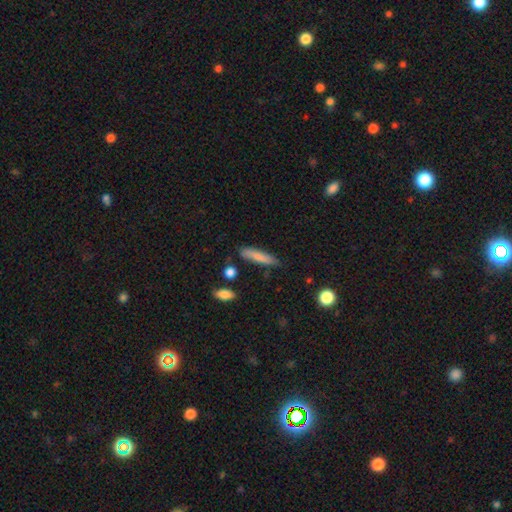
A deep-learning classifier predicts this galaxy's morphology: Smooth or featured?
  - smooth: 79% *
  - featured or disk: 14%
  - star or artifact: 7%
How rounded?
  - cigar-shaped: 85% *
  - in between: 13%
  - round: 2%
Merging?
  - none: 80% *
  - minor disturbance: 14%
  - merger: 3%
  - major disturbance: 3%